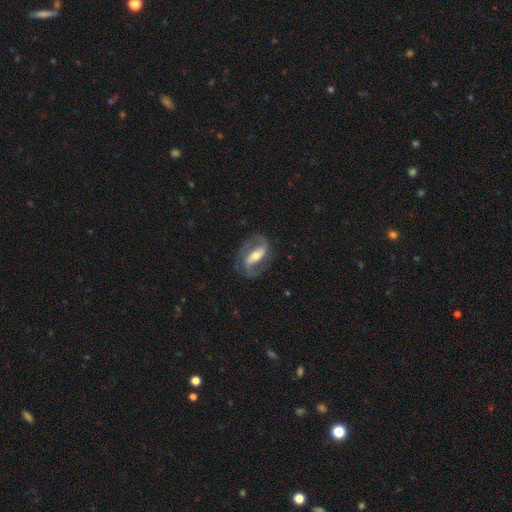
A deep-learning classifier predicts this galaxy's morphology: Smooth or featured? featured or disk (85%)
Edge-on disk? no (95%)
Bar? strong (54%)
Spiral arms? yes (93%)
Spiral winding? medium (51%)
Spiral arm count? 2 (90%)
Bulge size? moderate (61%)
Merging? none (77%)